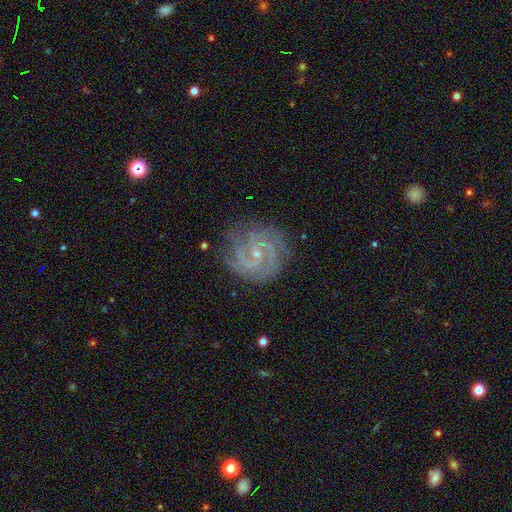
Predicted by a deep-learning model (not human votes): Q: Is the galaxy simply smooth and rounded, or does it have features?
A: featured or disk — 88%.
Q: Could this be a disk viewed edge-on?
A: no — 98%.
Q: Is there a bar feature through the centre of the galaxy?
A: no — 47%.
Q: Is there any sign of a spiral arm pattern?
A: yes — 98%.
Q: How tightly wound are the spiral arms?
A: tight — 56%.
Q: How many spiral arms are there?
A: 2 — 45%.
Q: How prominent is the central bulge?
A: small — 79%.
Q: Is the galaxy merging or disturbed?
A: none — 78%.